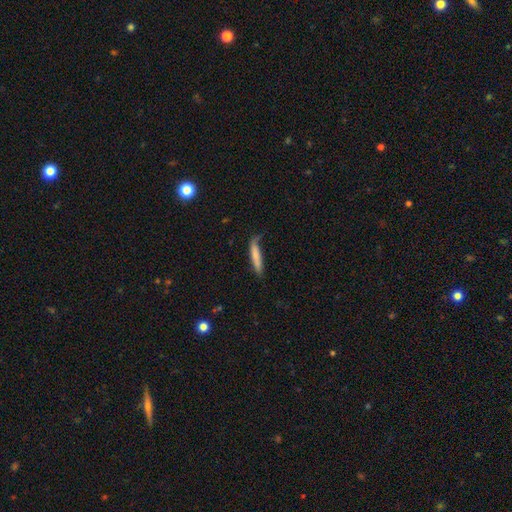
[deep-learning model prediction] smooth_or_featured: smooth (p=0.71) [alt: featured or disk p=0.23]
how_rounded: cigar-shaped (p=0.89) [alt: in between p=0.10]
merging: none (p=0.60) [alt: minor disturbance p=0.28]